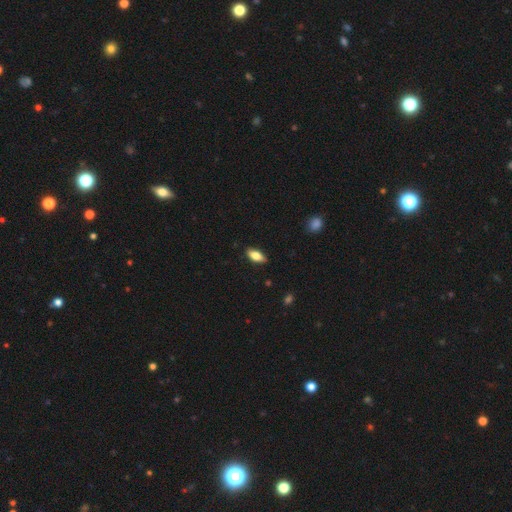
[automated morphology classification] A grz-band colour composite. It shows a smooth galaxy with no disk features (75%) that is in between round and cigar-shaped (85%). Merging: none (87%).